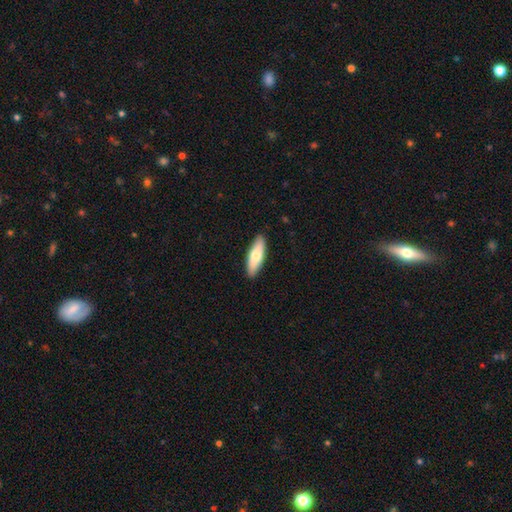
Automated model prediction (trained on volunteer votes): Overall: smooth (71%). How rounded: in between (54%; cigar-shaped 44%). Merging: none (90%).